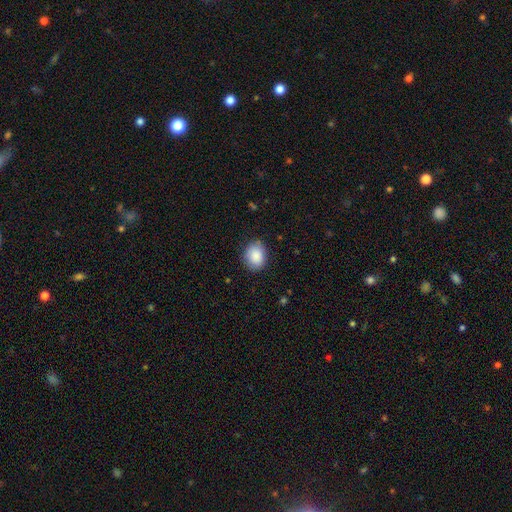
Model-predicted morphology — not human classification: This is clearly a smooth galaxy (88%). How rounded: possibly in between (50%). Merging: clearly none (84%).